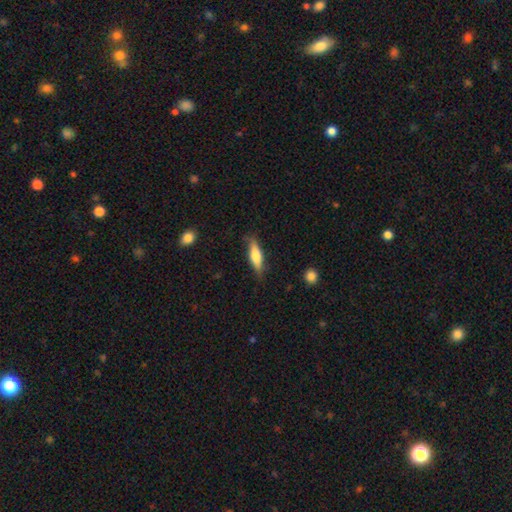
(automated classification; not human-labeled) Q: Smooth or featured?
A: smooth (66%); runner-up: featured or disk (28%)
Q: How rounded?
A: cigar-shaped (56%); runner-up: in between (41%)
Q: Merging?
A: none (76%); runner-up: minor disturbance (18%)